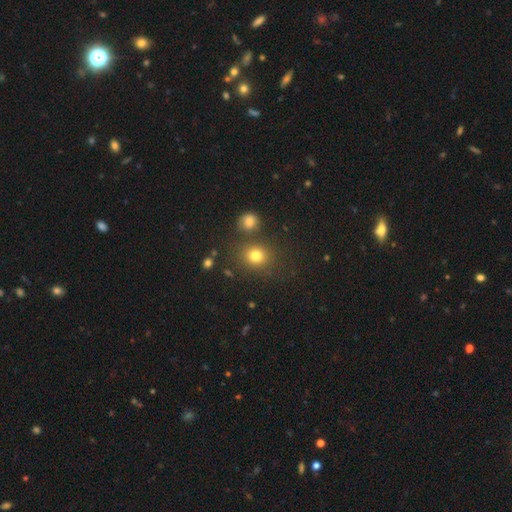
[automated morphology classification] A smooth galaxy with no disk features (78%) that is round (77%). Merging: none (78%).